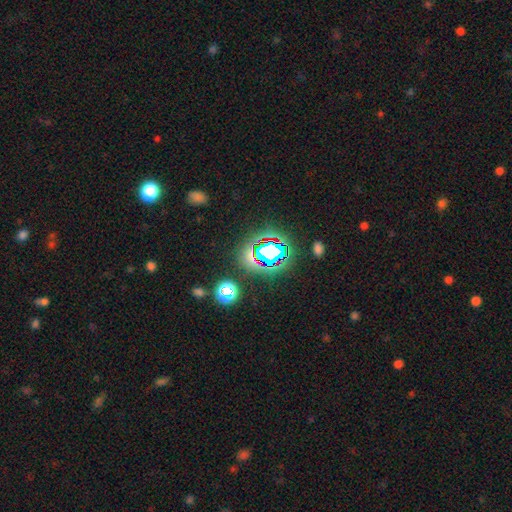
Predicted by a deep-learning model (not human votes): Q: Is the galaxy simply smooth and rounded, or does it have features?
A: star or artifact — 62%.